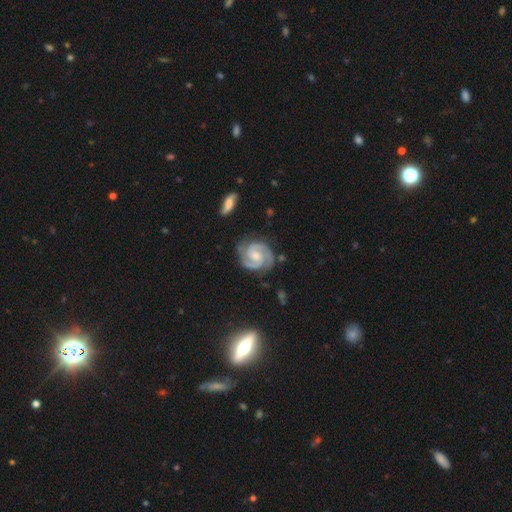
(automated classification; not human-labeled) This is clearly a featured or disk galaxy (92%). It is clearly not viewed edge-on (98%). Bar: possibly no (54%). Spiral arm pattern: clearly yes (98%). Spiral arm count: clearly 2 (80%). Spiral winding: possibly tight (60%). Central bulge: possibly moderate (53%). Merging: likely none (77%).